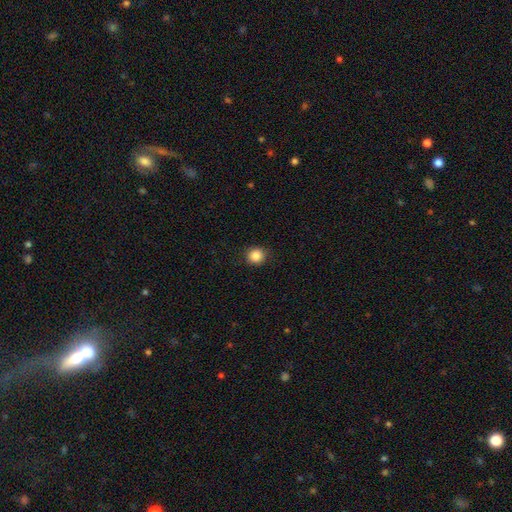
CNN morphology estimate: Smooth or featured?
  - smooth: 86% *
  - star or artifact: 10%
  - featured or disk: 4%
How rounded?
  - round: 91% *
  - in between: 9%
  - cigar-shaped: 1%
Merging?
  - none: 90% *
  - minor disturbance: 7%
  - major disturbance: 2%
  - merger: 1%